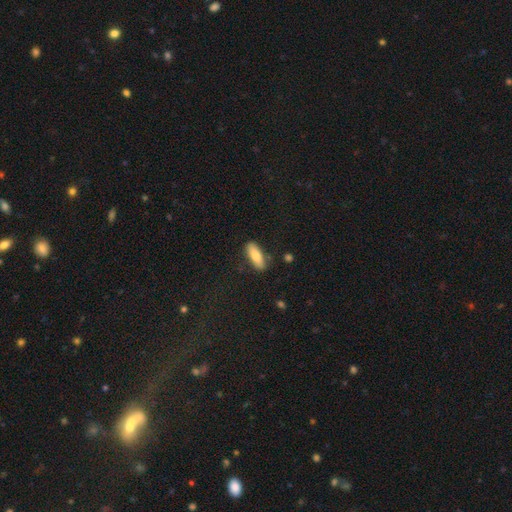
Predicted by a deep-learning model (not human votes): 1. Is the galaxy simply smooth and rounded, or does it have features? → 78% smooth, 16% featured or disk, 6% star or artifact.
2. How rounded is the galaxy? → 62% in between, 36% cigar-shaped, 2% round.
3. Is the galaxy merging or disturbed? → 83% none, 12% minor disturbance, 3% major disturbance, 2% merger.